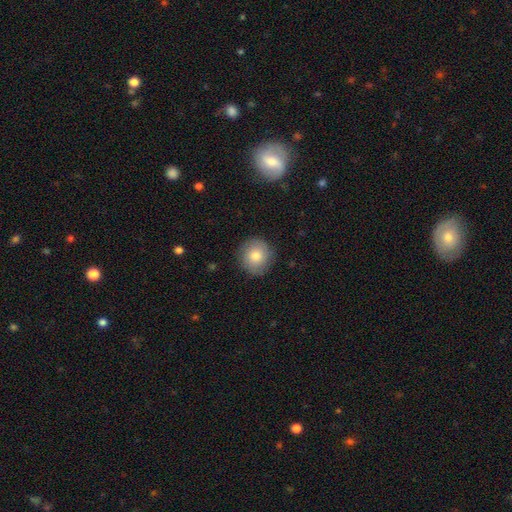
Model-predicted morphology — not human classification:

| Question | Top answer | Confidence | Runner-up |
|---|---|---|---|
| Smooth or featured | smooth | 77% | featured or disk (14%) |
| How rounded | round | 93% | in between (6%) |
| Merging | none | 87% | minor disturbance (9%) |